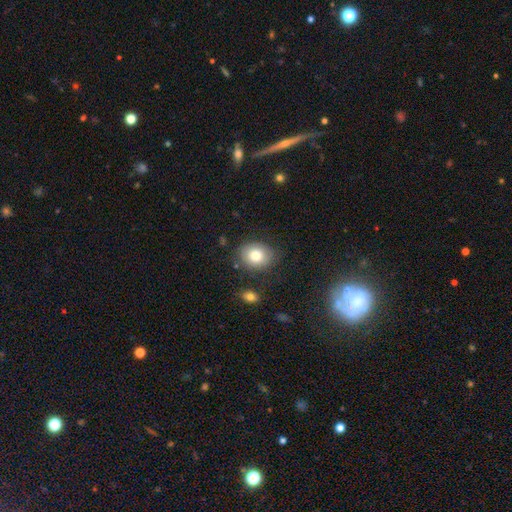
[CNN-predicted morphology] This is likely a smooth galaxy (78%). How rounded: possibly round (52%). Merging: likely none (78%).